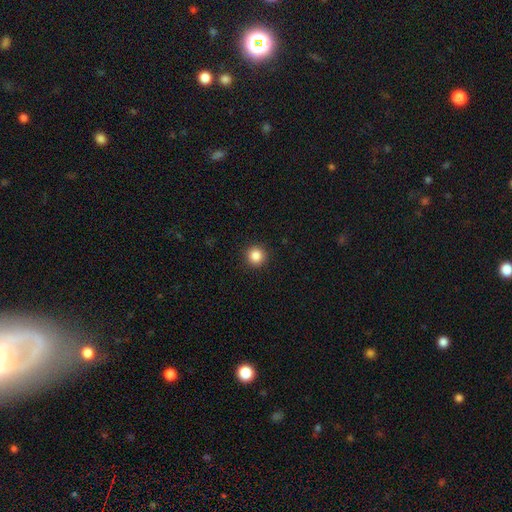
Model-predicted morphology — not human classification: This is clearly a smooth galaxy (86%). How rounded: clearly round (95%). Merging: clearly none (93%).